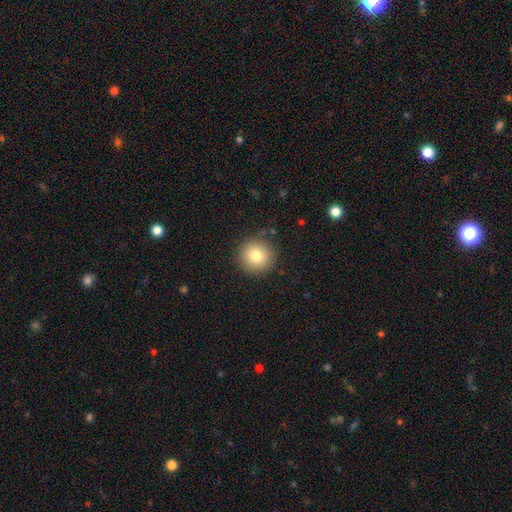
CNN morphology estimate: The model was most divided on "smooth or featured": smooth: 79%, star or artifact: 11%, featured or disk: 10%. More confident: how rounded — round (95%); merging — none (88%).